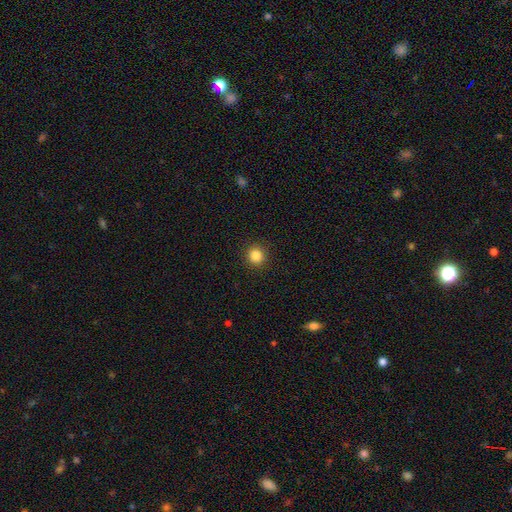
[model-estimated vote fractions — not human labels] A smooth galaxy with no disk features (85%) that is round (91%). Merging: none (92%).